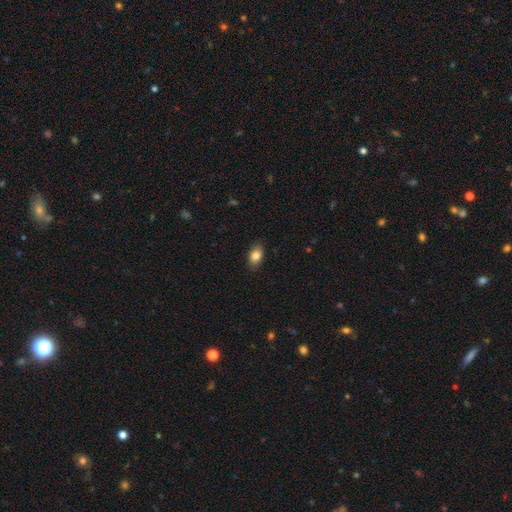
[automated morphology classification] A smooth galaxy with no disk features (83%) that is in between round and cigar-shaped (83%).

Vote fractions:
- Smooth or featured? smooth: 83% / featured or disk: 9% / star or artifact: 8%
- How rounded? in between: 83% / round: 15% / cigar-shaped: 2%
- Merging? none: 87% / minor disturbance: 10% / major disturbance: 2% / merger: 1%